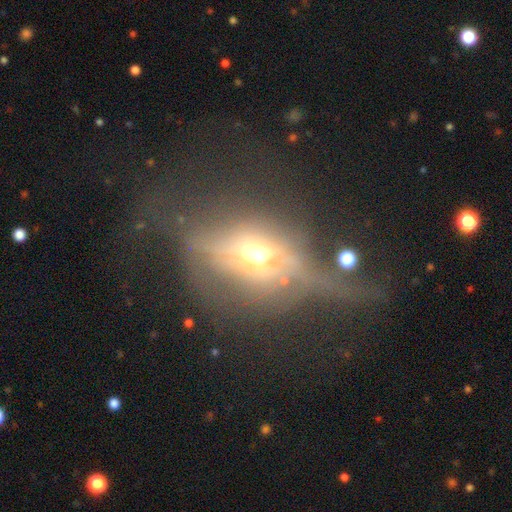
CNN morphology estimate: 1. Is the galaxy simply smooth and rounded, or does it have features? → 54% featured or disk, 30% smooth, 16% star or artifact.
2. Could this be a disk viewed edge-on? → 57% no, 43% yes.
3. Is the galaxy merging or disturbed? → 44% major disturbance, 33% none, 17% minor disturbance, 7% merger.